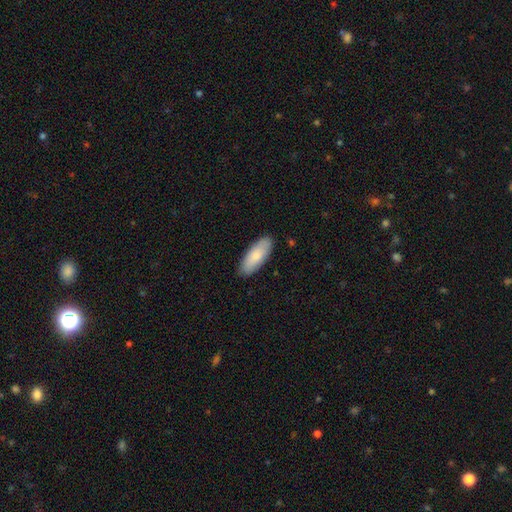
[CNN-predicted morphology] Smooth or featured? Predicted: smooth (p=0.80). How rounded? Predicted: in between (p=0.75). Merging? Predicted: none (p=0.88).